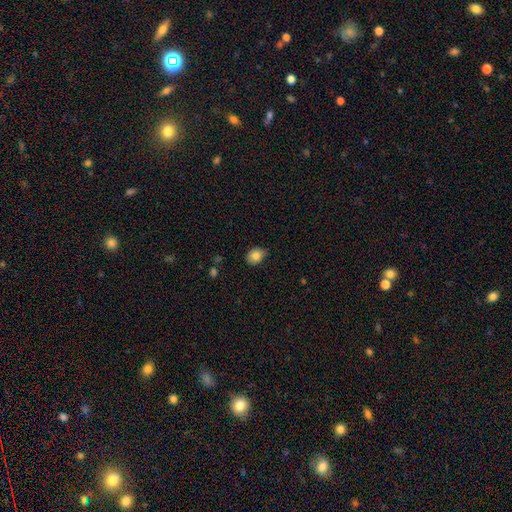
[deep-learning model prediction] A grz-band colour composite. It shows a smooth galaxy with no disk features (81%) that is in between round and cigar-shaped (59%). Merging: none (75%).